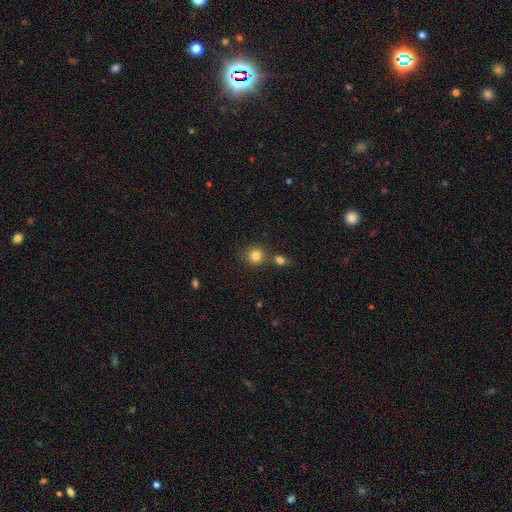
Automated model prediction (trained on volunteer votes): smooth_or_featured: smooth (p=0.83) [alt: star or artifact p=0.11]
how_rounded: round (p=0.89) [alt: in between p=0.10]
merging: none (p=0.68) [alt: merger p=0.19]